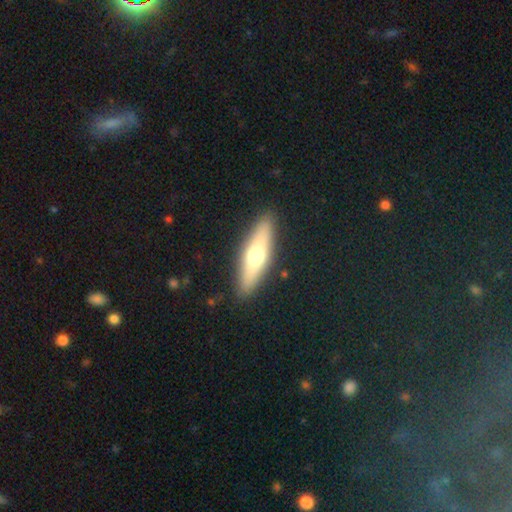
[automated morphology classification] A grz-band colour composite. It shows a smooth galaxy with no disk features (56%) that is cigar-shaped (62%). Merging: none (89%).